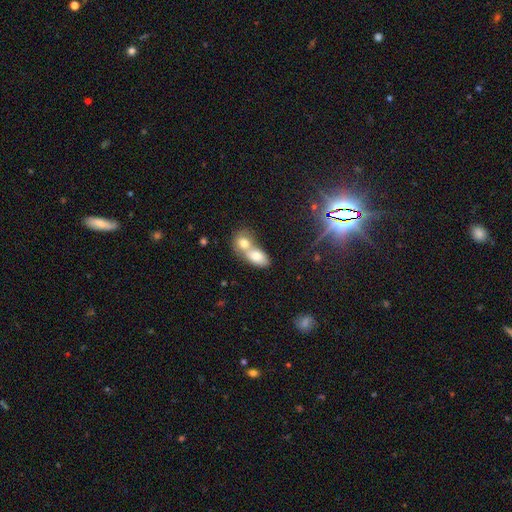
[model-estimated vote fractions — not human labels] Smooth or featured?
  - smooth: 72% *
  - featured or disk: 17%
  - star or artifact: 11%
How rounded?
  - in between: 79% *
  - round: 18%
  - cigar-shaped: 3%
Merging?
  - merger: 71% *
  - none: 21%
  - minor disturbance: 6%
  - major disturbance: 3%